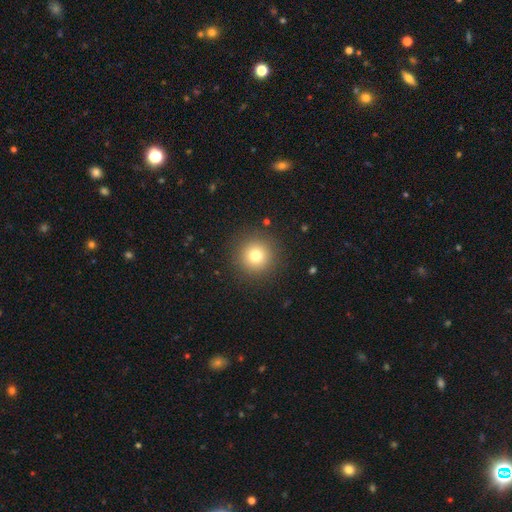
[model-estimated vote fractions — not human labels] Q: Smooth or featured?
A: smooth (77%); runner-up: star or artifact (13%)
Q: How rounded?
A: round (96%); runner-up: in between (3%)
Q: Merging?
A: none (90%); runner-up: minor disturbance (6%)